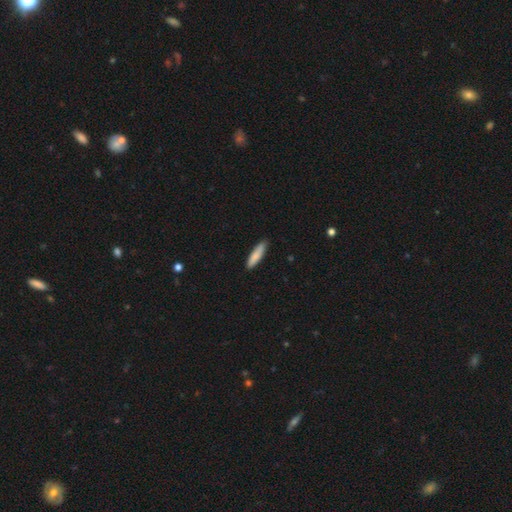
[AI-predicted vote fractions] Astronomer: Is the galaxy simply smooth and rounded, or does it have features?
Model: smooth — 84%.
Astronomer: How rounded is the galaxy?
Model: cigar-shaped — 77%.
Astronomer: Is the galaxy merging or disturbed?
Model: none — 87%.